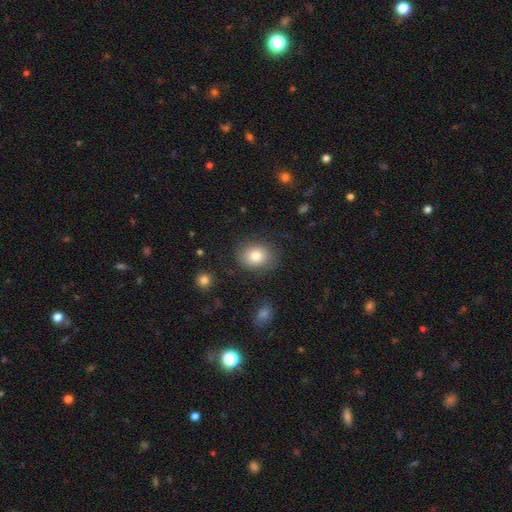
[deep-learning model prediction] Smooth or featured?
  - smooth: 81% *
  - featured or disk: 11%
  - star or artifact: 9%
How rounded?
  - in between: 51% *
  - round: 49%
  - cigar-shaped: 1%
Merging?
  - none: 79% *
  - minor disturbance: 14%
  - major disturbance: 5%
  - merger: 2%